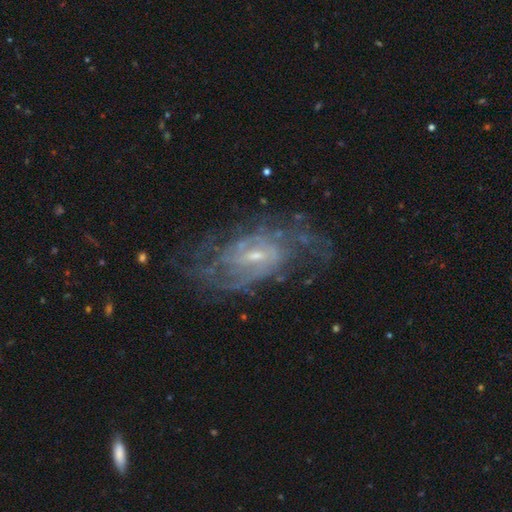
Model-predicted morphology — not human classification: type=featured or disk (85%); edge-on=no (95%); bar=weak (54%); spiral arms=yes (90%); winding=tight (48%); arm count=can't tell (45%); bulge=small (63%); merging=none (67%).